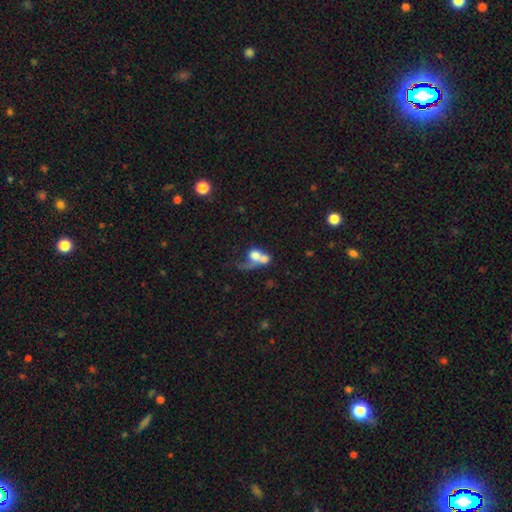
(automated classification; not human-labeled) smooth 56%, featured or disk 34%, star or artifact 10%. Down the decision tree: how rounded — round (55%); merging — merger (64%).